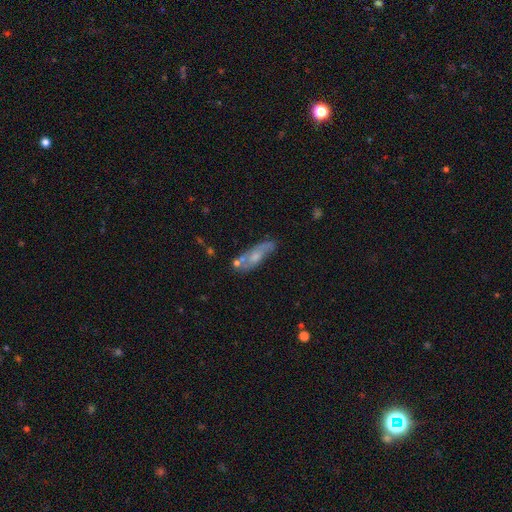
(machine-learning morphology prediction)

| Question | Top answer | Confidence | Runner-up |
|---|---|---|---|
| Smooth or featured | smooth | 49% | featured or disk (44%) |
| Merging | none | 55% | minor disturbance (24%) |